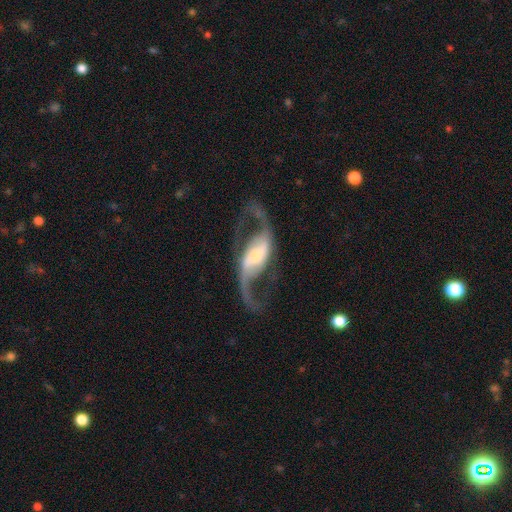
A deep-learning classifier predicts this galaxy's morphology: Smooth or featured?
  - featured or disk: 90% *
  - smooth: 6%
  - star or artifact: 4%
Edge-on disk?
  - no: 95% *
  - yes: 5%
Bar?
  - strong: 50% *
  - weak: 33%
  - no: 17%
Spiral arms?
  - yes: 95% *
  - no: 5%
Spiral winding?
  - loose: 69% *
  - medium: 26%
  - tight: 5%
Spiral arm count?
  - 2: 93% *
  - 1: 2%
  - can't tell: 2%
  - 3: 1%
  - 4: 1%
  - more than 4: 1%
Bulge size?
  - moderate: 38% *
  - small: 32%
  - large: 20%
  - none: 5%
  - dominant: 4%
Merging?
  - none: 72% *
  - major disturbance: 14%
  - minor disturbance: 12%
  - merger: 2%